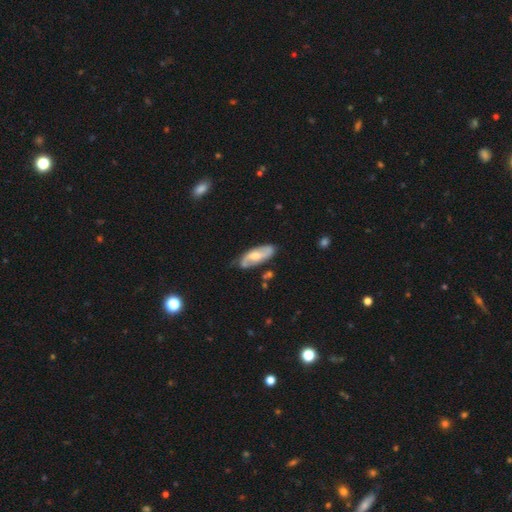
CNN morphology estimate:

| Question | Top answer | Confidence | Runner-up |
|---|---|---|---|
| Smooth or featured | featured or disk | 69% | smooth (26%) |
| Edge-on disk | no | 89% | yes (11%) |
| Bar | no | 44% | weak (42%) |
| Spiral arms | yes | 90% | no (10%) |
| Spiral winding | medium | 42% | loose (39%) |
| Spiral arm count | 2 | 86% | can't tell (9%) |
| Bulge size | moderate | 60% | small (31%) |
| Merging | none | 74% | minor disturbance (19%) |